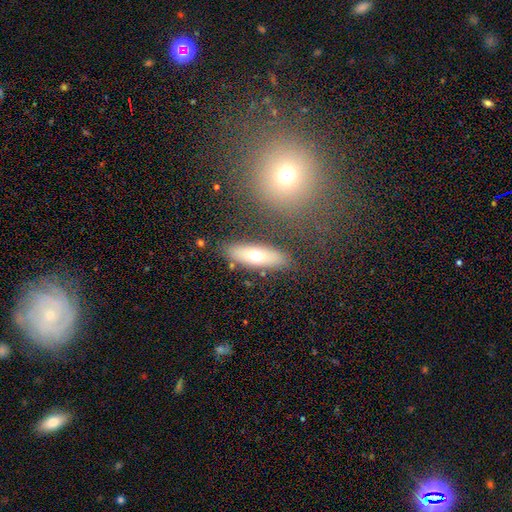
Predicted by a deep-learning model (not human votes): A smooth galaxy with no disk features (59%) that is in between round and cigar-shaped (56%). Merging: none (83%).